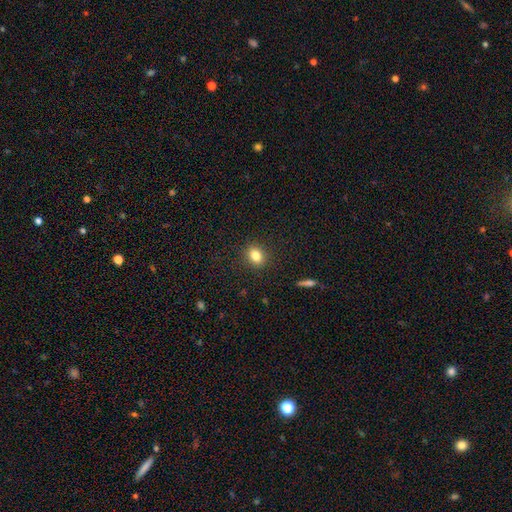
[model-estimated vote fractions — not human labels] Smooth or featured? Predicted: smooth (p=0.82). How rounded? Predicted: in between (p=0.54). Merging? Predicted: none (p=0.89).